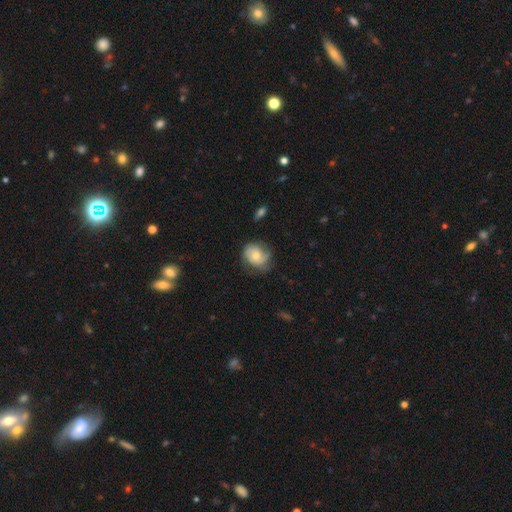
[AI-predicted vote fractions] This appears to be a smooth galaxy with no disk features (47%). Merging: none (57%).